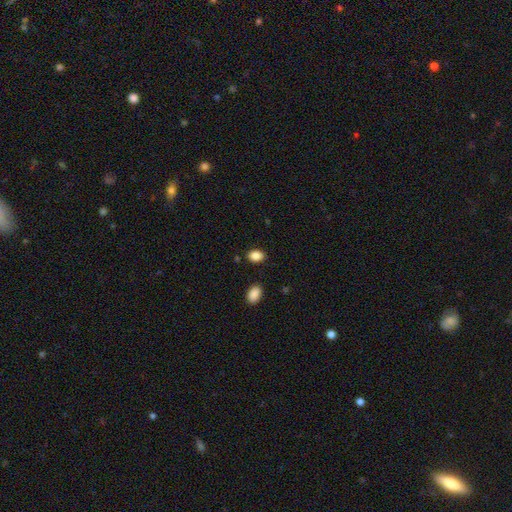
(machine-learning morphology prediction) smooth_or_featured: smooth (p=0.87) [alt: star or artifact p=0.09]
how_rounded: in between (p=0.74) [alt: round p=0.25]
merging: none (p=0.85) [alt: minor disturbance p=0.09]